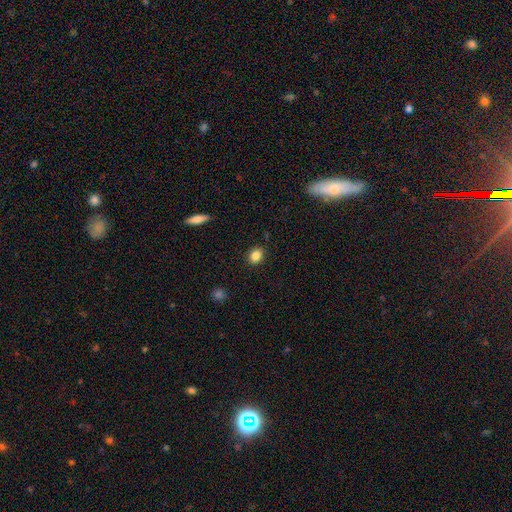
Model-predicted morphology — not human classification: smooth 85%, star or artifact 10%, featured or disk 5%. Down the decision tree: how rounded — round (57%); merging — none (88%).